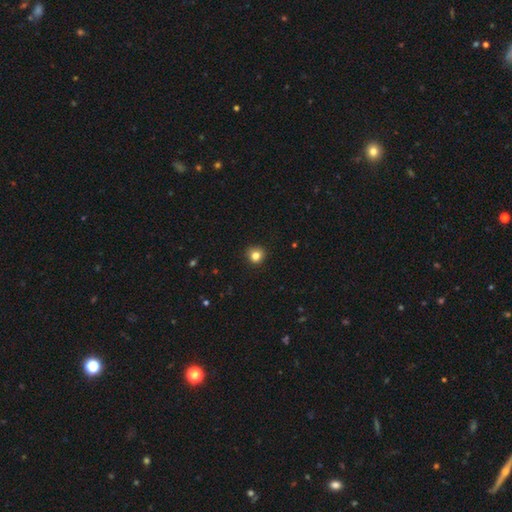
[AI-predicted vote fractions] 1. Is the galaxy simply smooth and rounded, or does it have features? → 83% smooth, 12% star or artifact, 6% featured or disk.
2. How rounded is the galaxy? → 93% round, 7% in between, 1% cigar-shaped.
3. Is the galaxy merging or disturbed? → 91% none, 6% minor disturbance, 2% major disturbance, 1% merger.